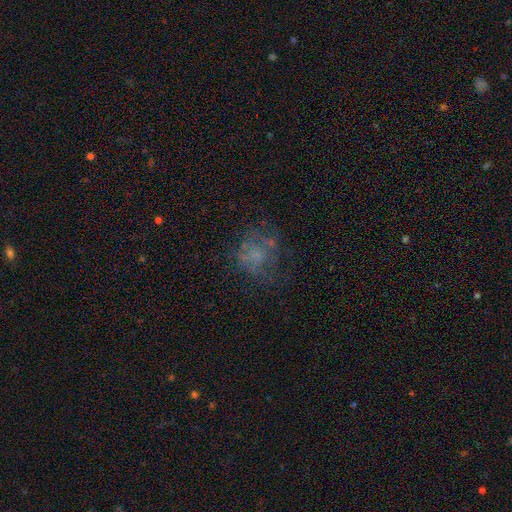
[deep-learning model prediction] Smooth or featured?
  - featured or disk: 41% *
  - smooth: 39%
  - star or artifact: 20%
Merging?
  - none: 53% *
  - major disturbance: 25%
  - minor disturbance: 19%
  - merger: 4%